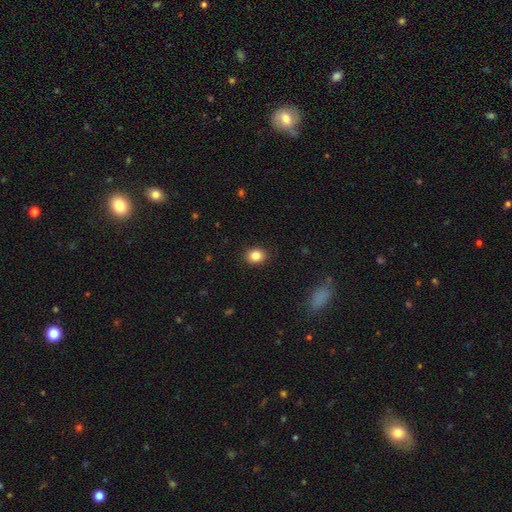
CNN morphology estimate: Smooth or featured? smooth (85%)
How rounded? round (52%)
Merging? none (89%)